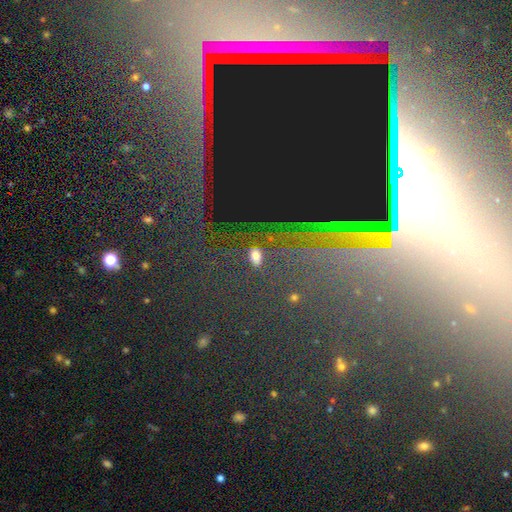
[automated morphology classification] This appears to be a smooth galaxy with no disk features (47%). Merging: none (70%).